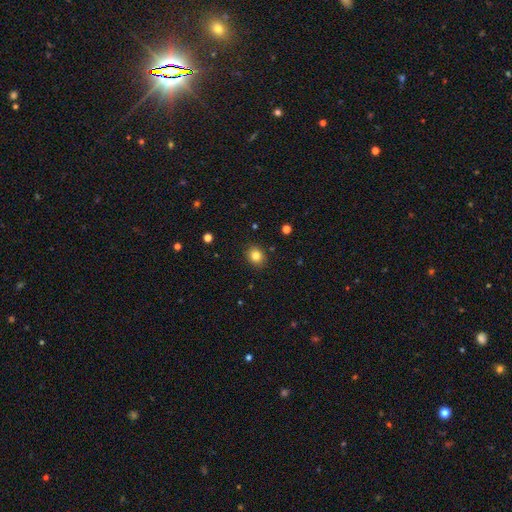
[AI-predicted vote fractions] Overall: smooth (82%). How rounded: round (64%; in between 35%). Merging: none (88%).